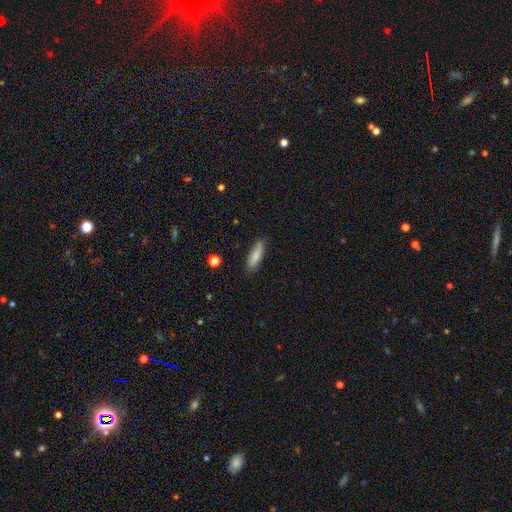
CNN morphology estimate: This is clearly a smooth galaxy (81%). How rounded: possibly cigar-shaped (57%). Merging: clearly none (85%).